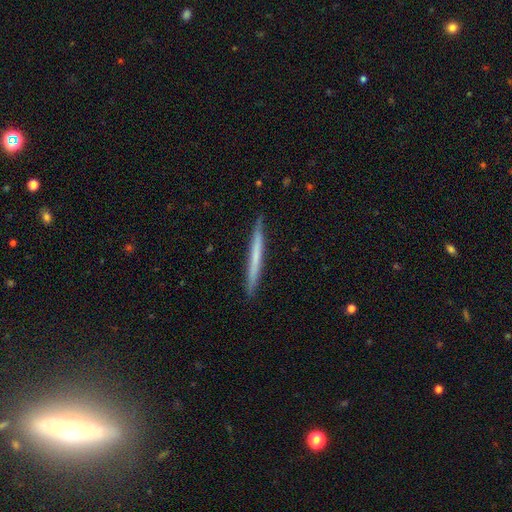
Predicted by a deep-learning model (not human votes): Smooth or featured? Predicted: smooth (p=0.54). How rounded? Predicted: cigar-shaped (p=0.97). Merging? Predicted: none (p=0.91).